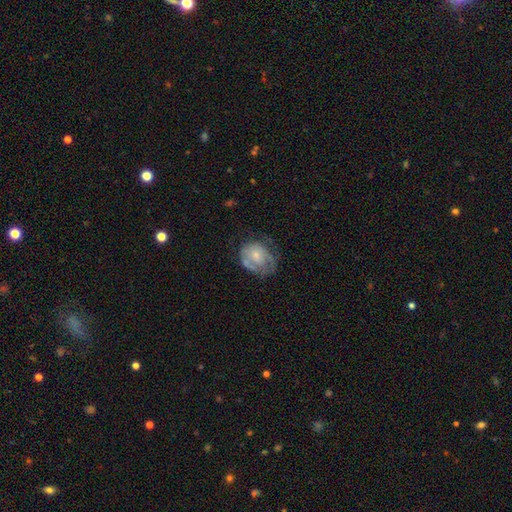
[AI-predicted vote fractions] This appears to be a featured or disk galaxy (47%). Merging: none (42%).